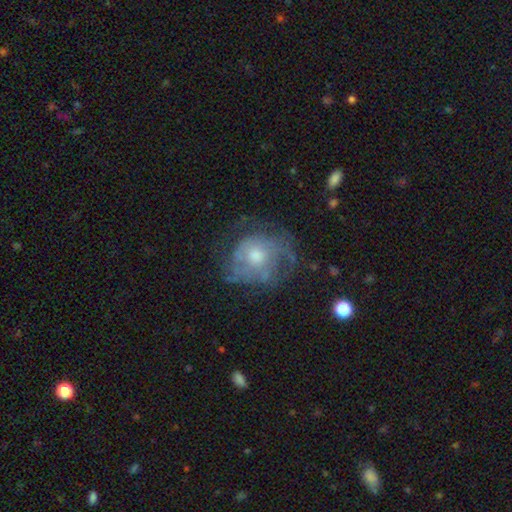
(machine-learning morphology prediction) The model was most divided on "merging": none: 53%, major disturbance: 23%, minor disturbance: 23%, merger: 2%. More confident: edge-on disk — no (97%); bar — no (81%); spiral arms — yes (69%); smooth or featured — featured or disk (68%); bulge size — moderate (61%).